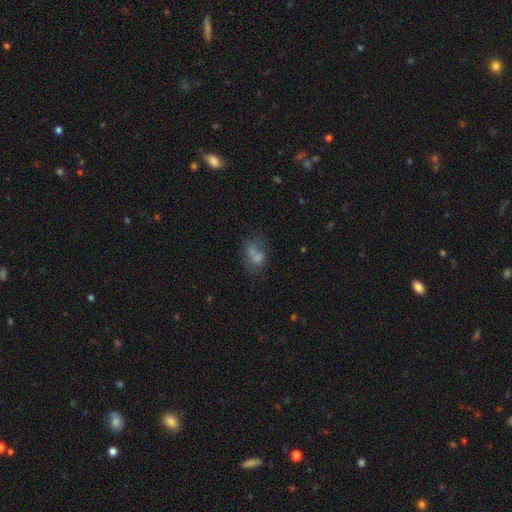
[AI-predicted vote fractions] Q: Smooth or featured?
A: smooth (65%); runner-up: featured or disk (23%)
Q: How rounded?
A: in between (76%); runner-up: round (22%)
Q: Merging?
A: none (31%); runner-up: merger (30%)